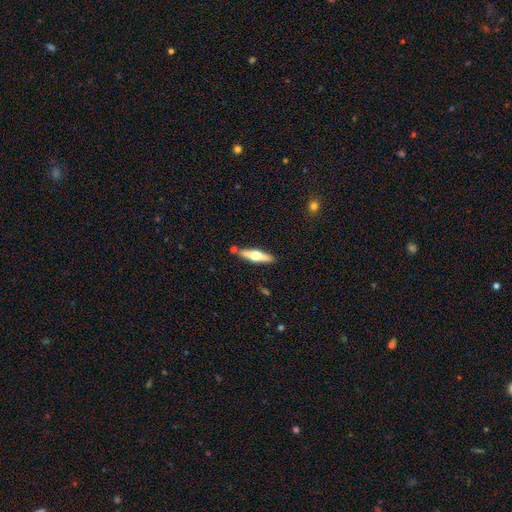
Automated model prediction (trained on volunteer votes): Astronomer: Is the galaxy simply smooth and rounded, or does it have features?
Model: featured or disk — 51% (runner-up: smooth, 44%).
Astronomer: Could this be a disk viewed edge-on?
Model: yes — 93%.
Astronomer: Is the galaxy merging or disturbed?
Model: none — 85%.